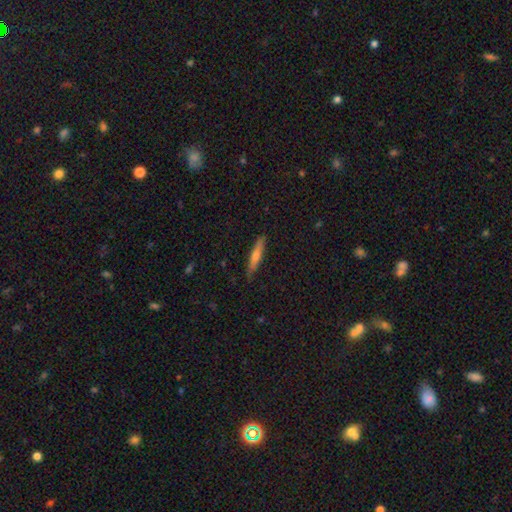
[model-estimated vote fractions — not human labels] The model was most divided on "smooth or featured": featured or disk: 49%, smooth: 45%, star or artifact: 6%. More confident: merging — none (88%).